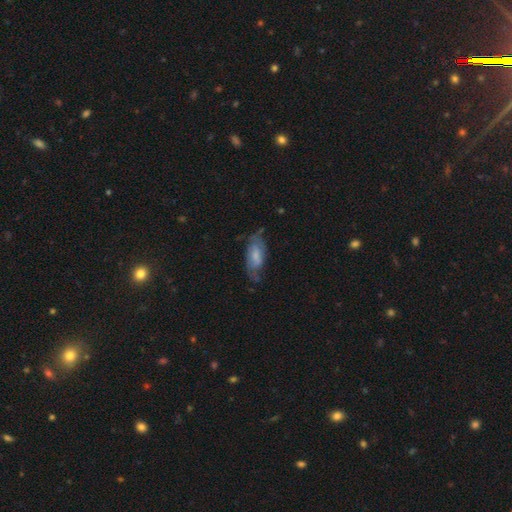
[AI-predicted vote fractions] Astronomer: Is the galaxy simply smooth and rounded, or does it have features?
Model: featured or disk — 48% (runner-up: smooth, 45%).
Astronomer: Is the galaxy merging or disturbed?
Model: none — 58%.